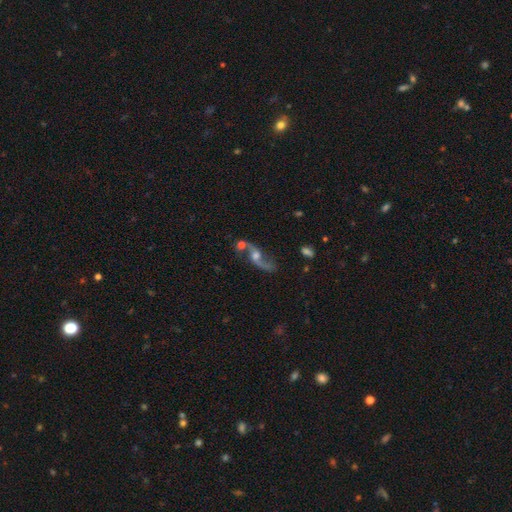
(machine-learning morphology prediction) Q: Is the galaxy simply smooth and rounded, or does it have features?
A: featured or disk — 78%.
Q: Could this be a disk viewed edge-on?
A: no — 90%.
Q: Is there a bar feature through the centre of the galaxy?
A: no — 64%.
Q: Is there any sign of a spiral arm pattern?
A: yes — 89%.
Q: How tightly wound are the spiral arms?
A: loose — 88%.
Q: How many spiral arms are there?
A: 2 — 86%.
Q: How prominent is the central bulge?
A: moderate — 53%.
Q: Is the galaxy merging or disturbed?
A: none — 48%.